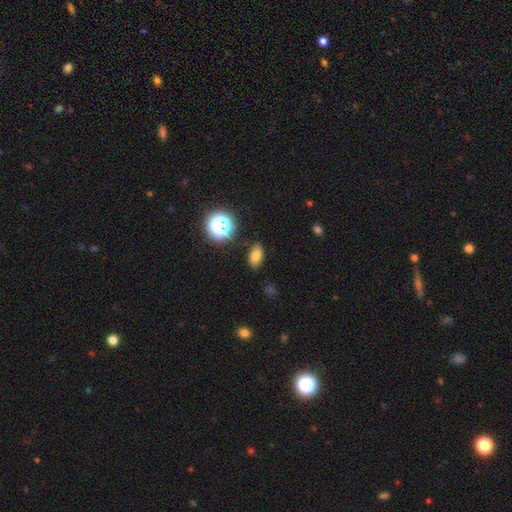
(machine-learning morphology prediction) A smooth galaxy with no disk features (74%) that is in between round and cigar-shaped (87%). Merging: none (85%).